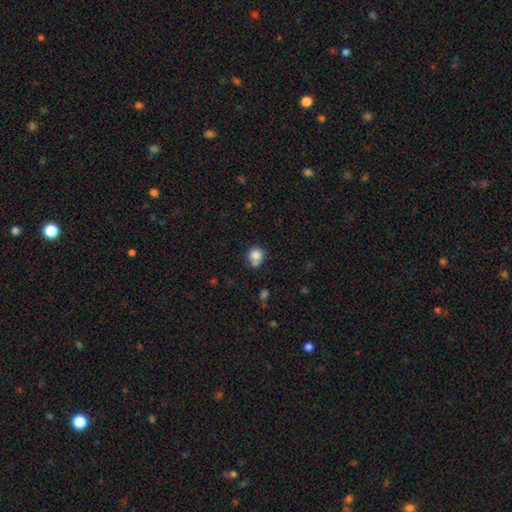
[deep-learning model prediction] Smooth or featured? smooth (82%)
How rounded? round (83%)
Merging? none (54%)